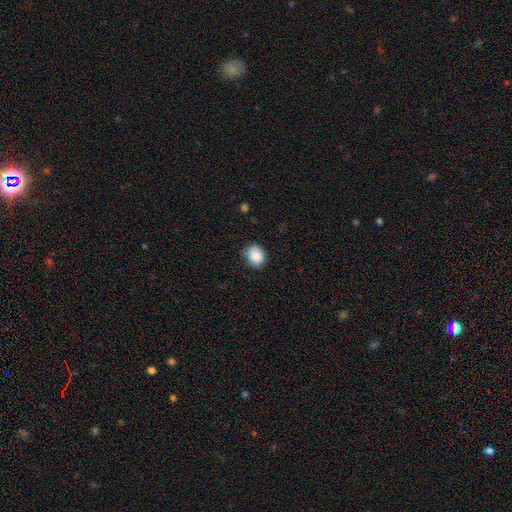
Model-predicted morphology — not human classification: A smooth galaxy with no disk features (85%) that is round (63%).

Vote fractions:
- Smooth or featured? smooth: 85% / star or artifact: 9% / featured or disk: 7%
- How rounded? round: 63% / in between: 37% / cigar-shaped: 1%
- Merging? none: 77% / minor disturbance: 19% / major disturbance: 3% / merger: 1%